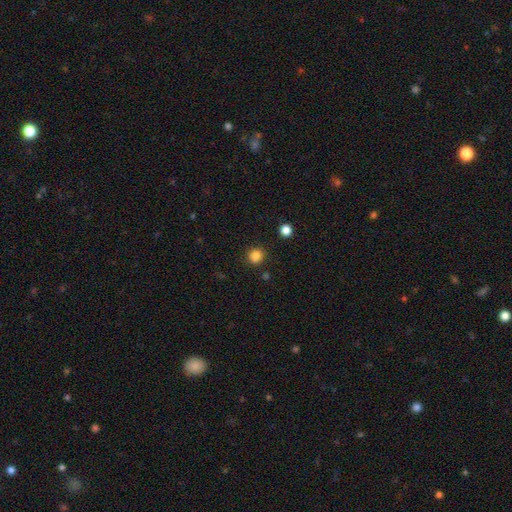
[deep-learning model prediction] Smooth or featured: smooth — 83% (star or artifact — 13%)
How rounded: round — 81% (in between — 18%)
Merging: none — 80% (minor disturbance — 12%)